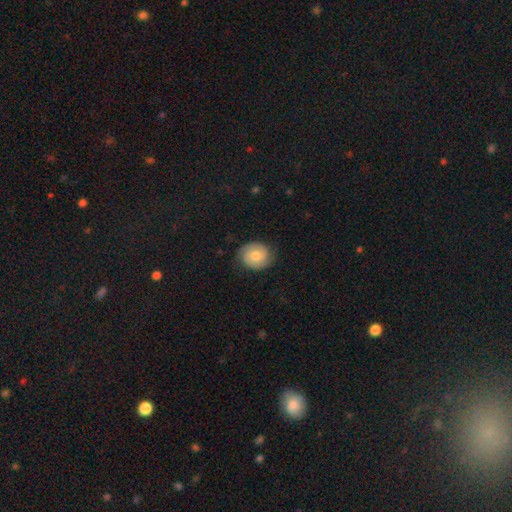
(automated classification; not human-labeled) featured or disk 51%, smooth 42%, star or artifact 7%. Down the decision tree: edge-on disk — no (97%); merging — none (78%).